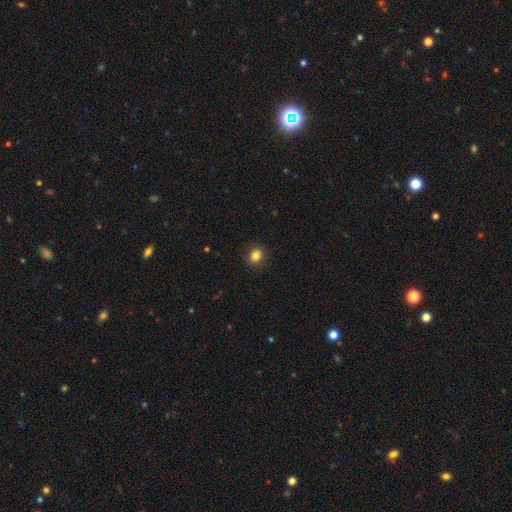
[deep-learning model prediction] Smooth or featured: smooth — 85% (star or artifact — 11%)
How rounded: round — 54% (in between — 45%)
Merging: none — 90% (minor disturbance — 7%)